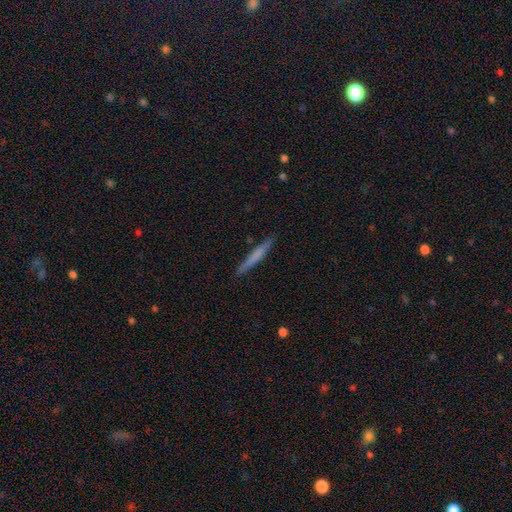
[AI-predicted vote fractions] A smooth galaxy with no disk features (59%) that is cigar-shaped (96%). Merging: none (90%).